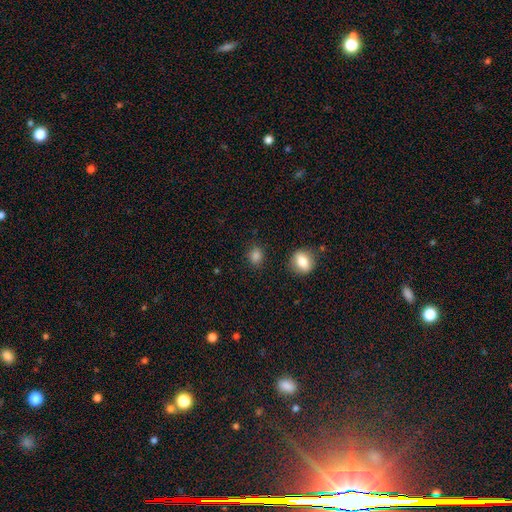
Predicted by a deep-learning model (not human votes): Smooth or featured?
  - smooth: 84% *
  - star or artifact: 11%
  - featured or disk: 4%
How rounded?
  - round: 57% *
  - in between: 42%
  - cigar-shaped: 1%
Merging?
  - none: 82% *
  - minor disturbance: 12%
  - major disturbance: 3%
  - merger: 3%